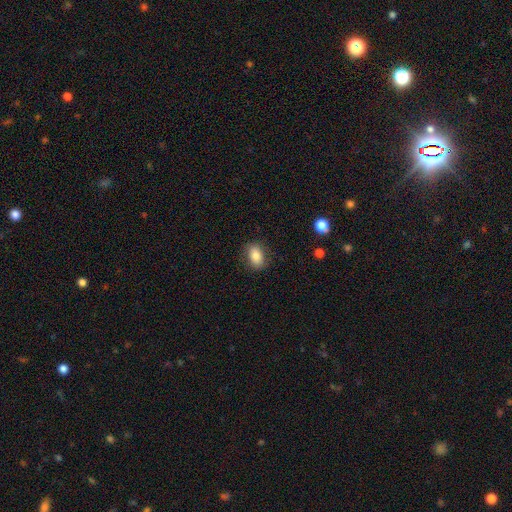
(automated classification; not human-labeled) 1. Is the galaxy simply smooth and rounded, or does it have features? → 83% smooth, 9% featured or disk, 8% star or artifact.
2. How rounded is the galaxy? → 84% in between, 14% round, 2% cigar-shaped.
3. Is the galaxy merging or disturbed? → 84% none, 12% minor disturbance, 3% major disturbance, 1% merger.